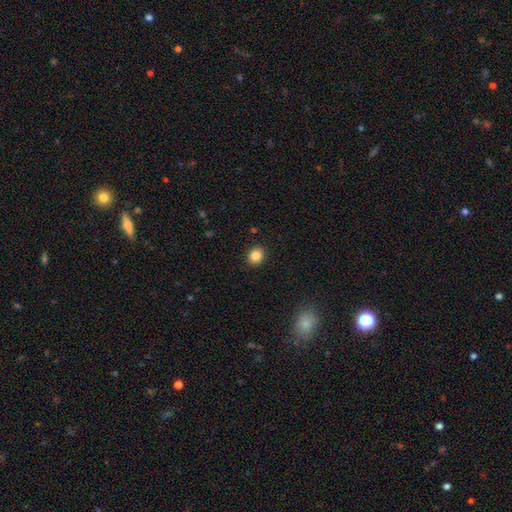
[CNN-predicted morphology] smooth 85%, star or artifact 10%, featured or disk 5%. Down the decision tree: how rounded — round (68%); merging — none (91%).